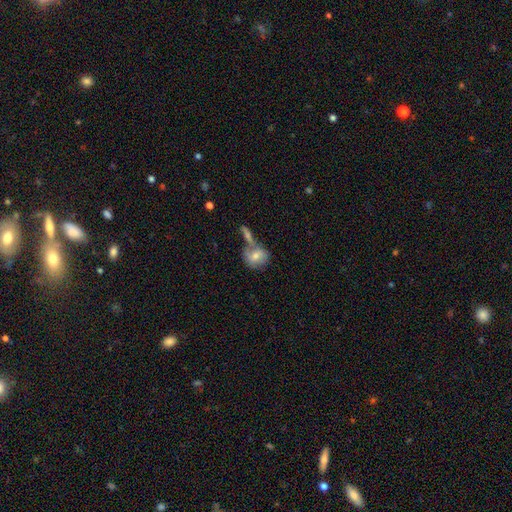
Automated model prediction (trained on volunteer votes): Smooth or featured: smooth — 68% (featured or disk — 24%)
How rounded: round — 64% (in between — 34%)
Merging: merger — 45% (none — 37%)